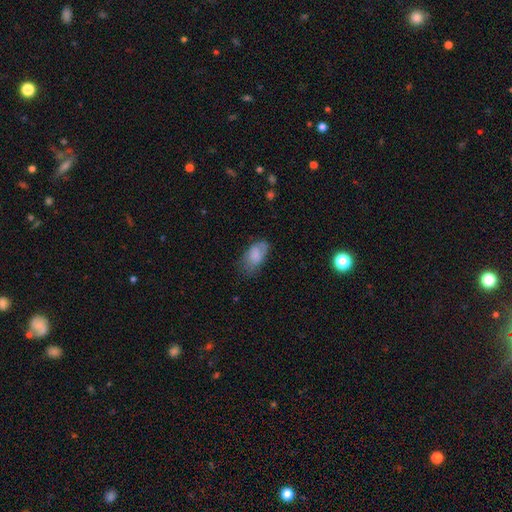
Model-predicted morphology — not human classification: Smooth or featured?
  - smooth: 79% *
  - featured or disk: 13%
  - star or artifact: 8%
How rounded?
  - in between: 93% *
  - round: 5%
  - cigar-shaped: 2%
Merging?
  - none: 51% *
  - minor disturbance: 33%
  - major disturbance: 14%
  - merger: 2%